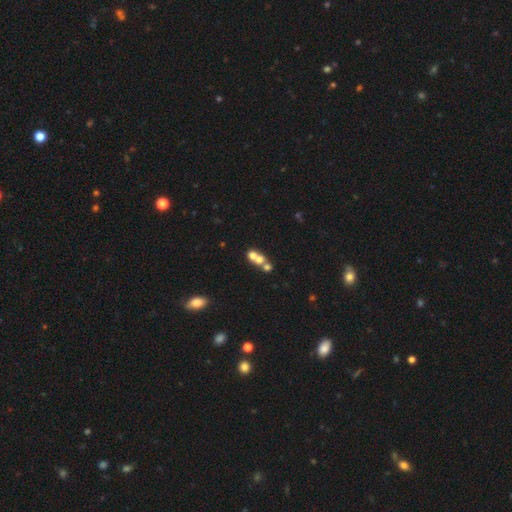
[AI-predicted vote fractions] Morphology: type=smooth (59%); roundness=round (66%); merging=merger (65%).